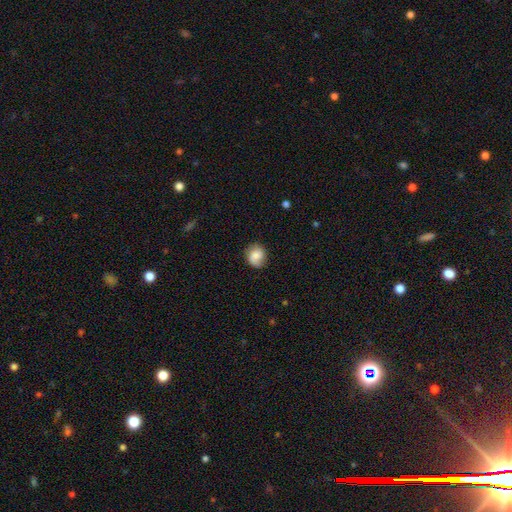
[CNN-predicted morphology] This is likely a smooth galaxy (76%). How rounded: likely round (71%). Merging: likely none (72%).